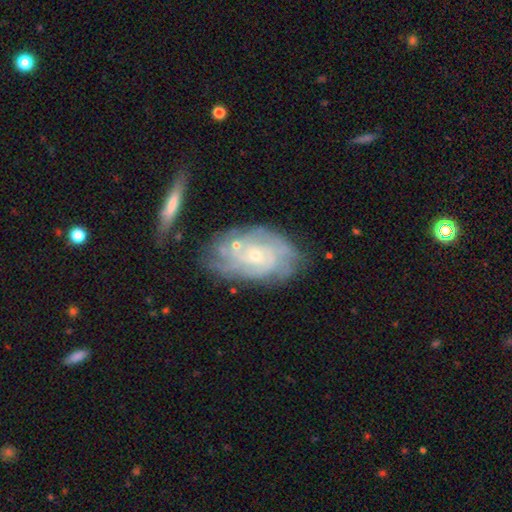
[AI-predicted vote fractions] Morphology: type=featured or disk (79%); edge-on=no (95%); bar=no (73%); spiral arms=yes (91%); winding=tight (67%); arm count=can't tell (45%); bulge=small (75%); merging=none (63%).